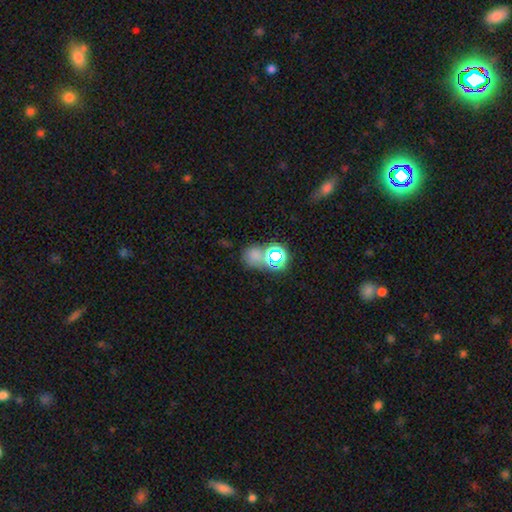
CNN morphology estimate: smooth_or_featured: smooth (p=0.55) [alt: star or artifact p=0.36]
how_rounded: round (p=0.66) [alt: in between p=0.33]
merging: none (p=0.55) [alt: merger p=0.25]